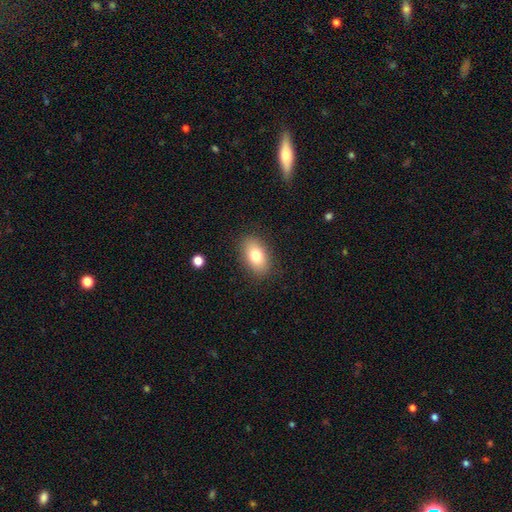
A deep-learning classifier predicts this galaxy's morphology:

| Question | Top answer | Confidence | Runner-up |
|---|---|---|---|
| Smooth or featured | smooth | 79% | featured or disk (13%) |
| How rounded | in between | 89% | round (9%) |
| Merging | none | 86% | minor disturbance (10%) |